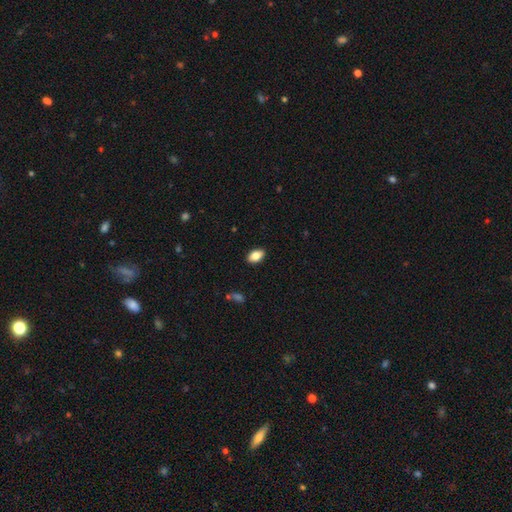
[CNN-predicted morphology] smooth-or-featured: smooth: 84% | featured or disk: 9% | star or artifact: 8%
  how-rounded: in between: 90% | round: 8% | cigar-shaped: 2%
  merging: none: 89% | minor disturbance: 8% | major disturbance: 2% | merger: 1%